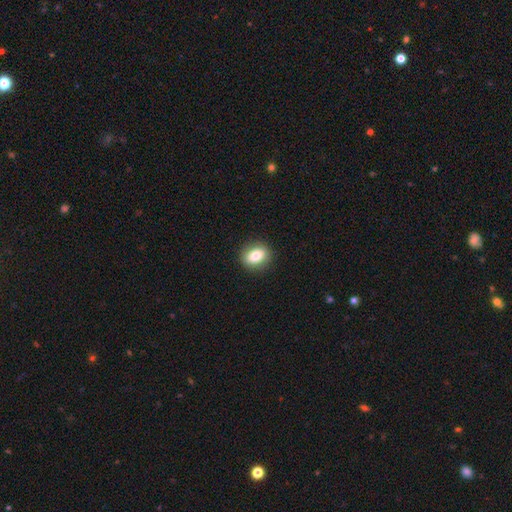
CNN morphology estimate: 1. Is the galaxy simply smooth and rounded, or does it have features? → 78% smooth, 13% featured or disk, 9% star or artifact.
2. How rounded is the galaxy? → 51% in between, 48% round, 1% cigar-shaped.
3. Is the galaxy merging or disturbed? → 89% none, 8% minor disturbance, 2% major disturbance, 1% merger.